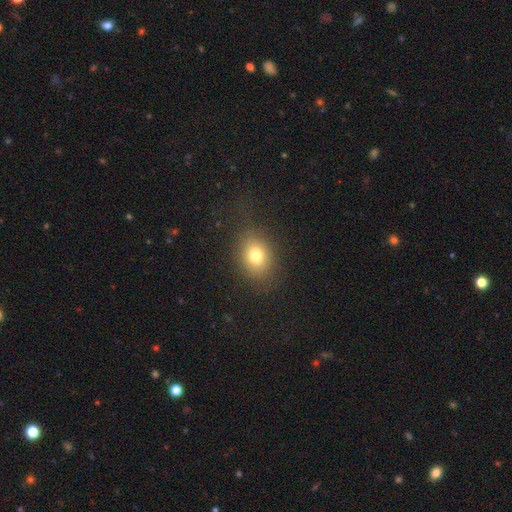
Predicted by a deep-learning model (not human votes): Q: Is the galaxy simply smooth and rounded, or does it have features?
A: smooth — 76%.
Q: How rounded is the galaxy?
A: in between — 55%.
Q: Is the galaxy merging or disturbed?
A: none — 80%.